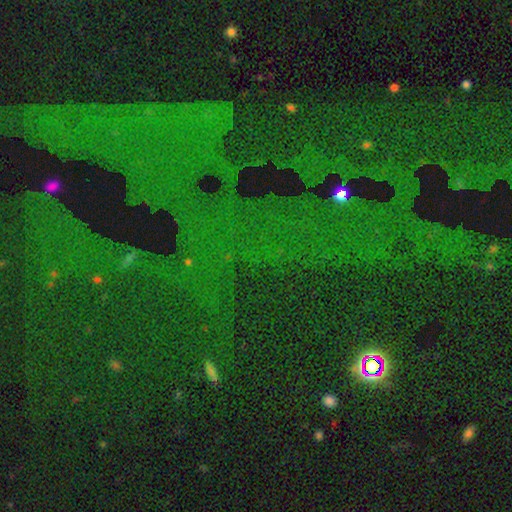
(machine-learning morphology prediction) star or artifact 81%, smooth 11%, featured or disk 8%.